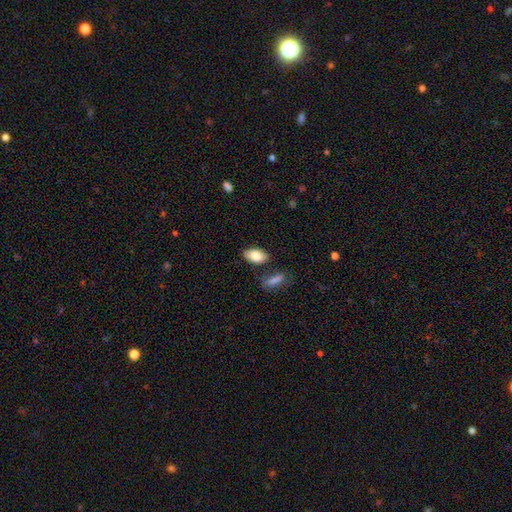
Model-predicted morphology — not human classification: Smooth or featured?
  - smooth: 84% *
  - featured or disk: 10%
  - star or artifact: 6%
How rounded?
  - in between: 93% *
  - round: 4%
  - cigar-shaped: 3%
Merging?
  - none: 77% *
  - minor disturbance: 13%
  - merger: 7%
  - major disturbance: 3%